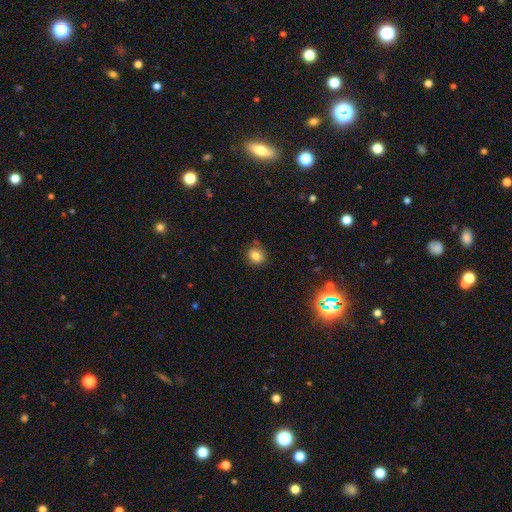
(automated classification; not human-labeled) Q: Smooth or featured?
A: smooth (81%); runner-up: star or artifact (12%)
Q: How rounded?
A: round (68%); runner-up: in between (31%)
Q: Merging?
A: none (80%); runner-up: minor disturbance (14%)